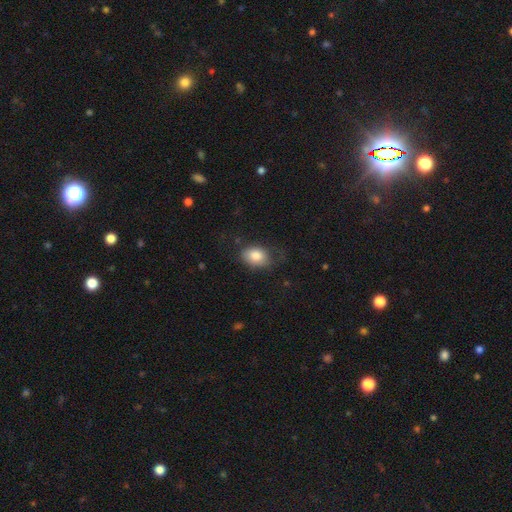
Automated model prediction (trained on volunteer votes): A smooth galaxy with no disk features (82%) that is in between round and cigar-shaped (73%). Merging: none (60%).